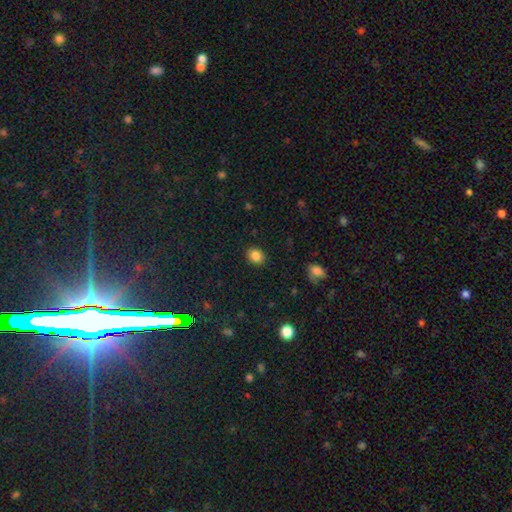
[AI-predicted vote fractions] Morphology: type=smooth (85%); roundness=in between (50%); merging=none (88%).